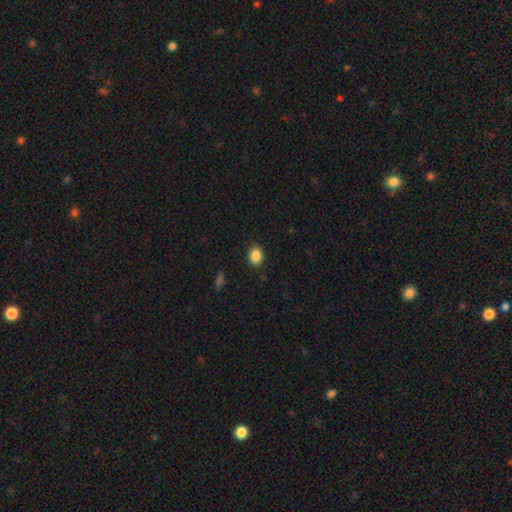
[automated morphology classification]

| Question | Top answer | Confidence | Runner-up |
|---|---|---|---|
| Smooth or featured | smooth | 87% | star or artifact (9%) |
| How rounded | in between | 70% | round (29%) |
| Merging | none | 87% | minor disturbance (10%) |